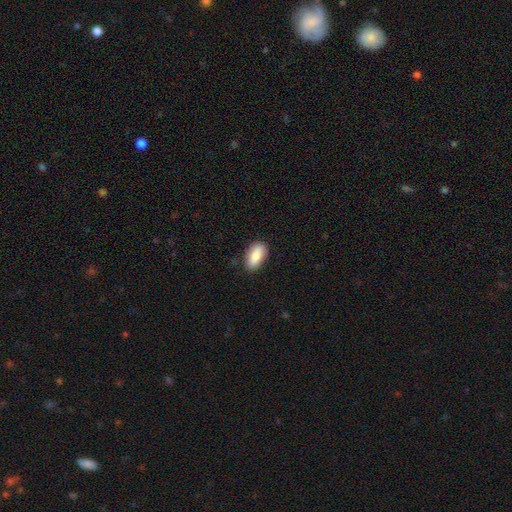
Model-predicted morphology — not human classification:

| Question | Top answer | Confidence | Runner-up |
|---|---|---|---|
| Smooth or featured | smooth | 87% | featured or disk (7%) |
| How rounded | in between | 91% | cigar-shaped (5%) |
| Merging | none | 83% | minor disturbance (13%) |